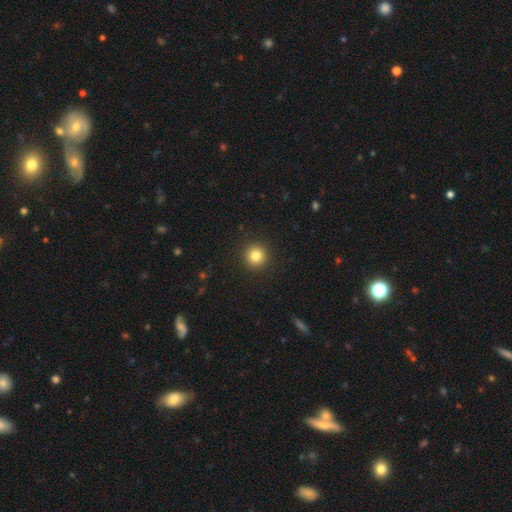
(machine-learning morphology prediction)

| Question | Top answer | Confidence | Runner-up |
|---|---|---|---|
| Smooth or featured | smooth | 82% | star or artifact (11%) |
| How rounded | round | 95% | in between (4%) |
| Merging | none | 93% | minor disturbance (4%) |